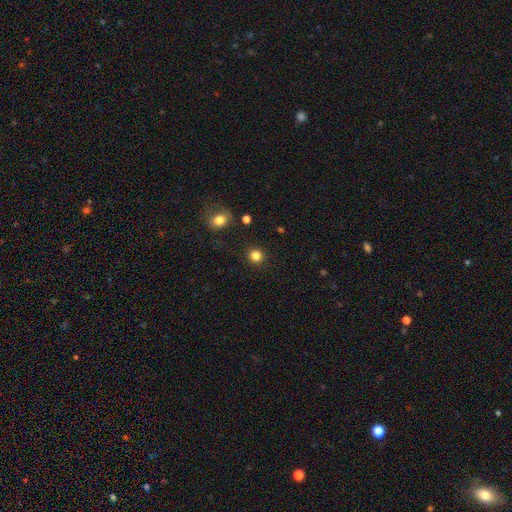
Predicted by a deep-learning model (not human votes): Overall: smooth (84%). How rounded: round (89%). Merging: none (90%).